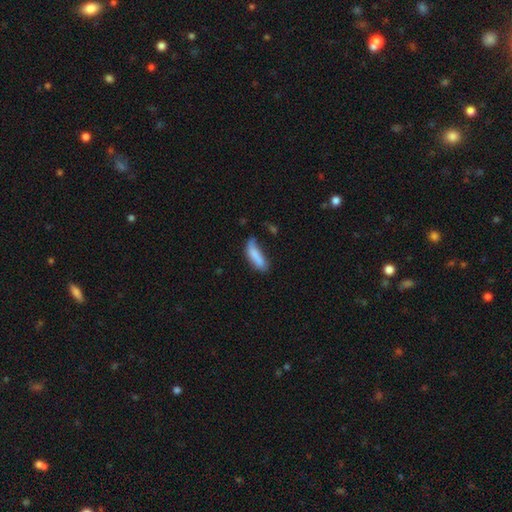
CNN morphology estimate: This appears to be a smooth galaxy with no disk features (79%) that is in between round and cigar-shaped (50%). Merging: none (44%).